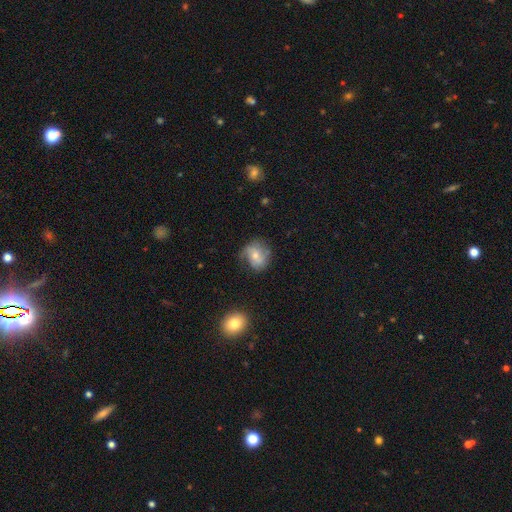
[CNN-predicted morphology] Smooth or featured?
  - smooth: 47% *
  - featured or disk: 44%
  - star or artifact: 9%
Merging?
  - none: 56% *
  - minor disturbance: 28%
  - major disturbance: 14%
  - merger: 2%